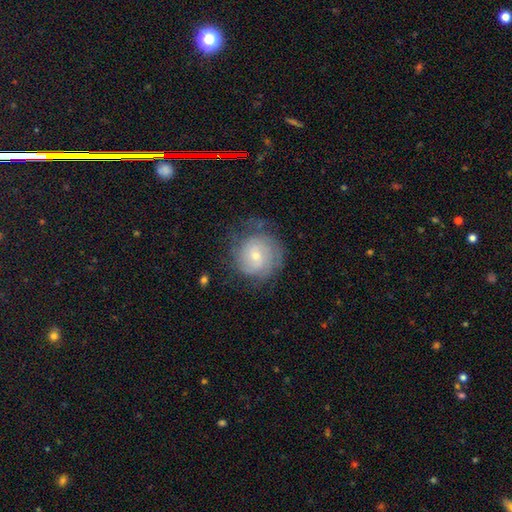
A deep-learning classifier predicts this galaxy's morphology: Overall: featured or disk (65%; smooth 28%). Edge-on disk: no (97%). Bar: no (62%; weak 33%). Spiral arms: yes (87%). Spiral arm count: can't tell (44%; 2 27%). Spiral winding: tight (63%; medium 28%). Bulge size: small (65%; moderate 31%). Merging: none (67%).